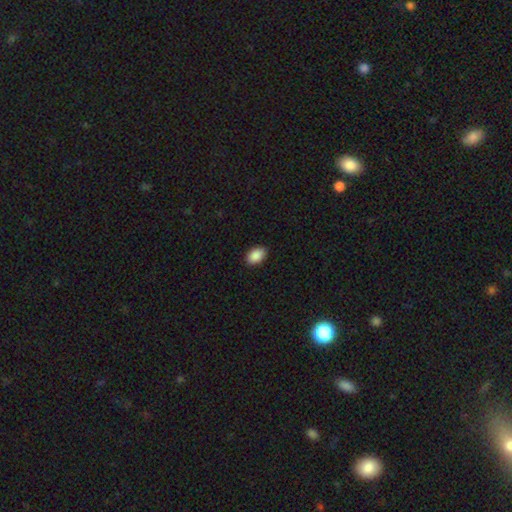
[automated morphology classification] Q: Smooth or featured?
A: smooth (90%); runner-up: star or artifact (7%)
Q: How rounded?
A: in between (90%); runner-up: round (9%)
Q: Merging?
A: none (89%); runner-up: minor disturbance (8%)